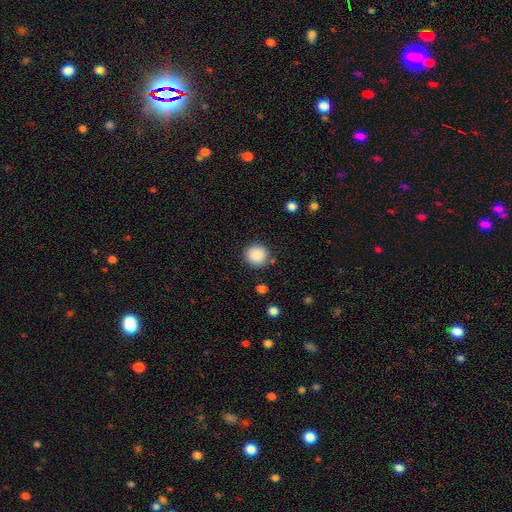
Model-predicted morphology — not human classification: smooth_or_featured: smooth (p=0.88) [alt: star or artifact p=0.08]
how_rounded: round (p=0.90) [alt: in between p=0.09]
merging: none (p=0.86) [alt: minor disturbance p=0.08]